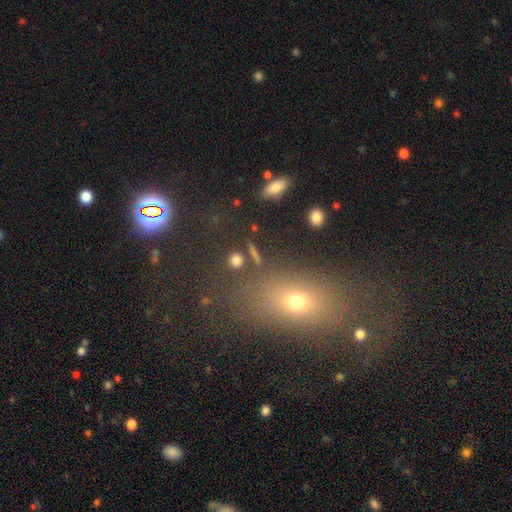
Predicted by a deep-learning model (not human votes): The model was most divided on "how rounded": in between: 46%, round: 42%, cigar-shaped: 12%. More confident: merging — none (75%); smooth or featured — smooth (55%).